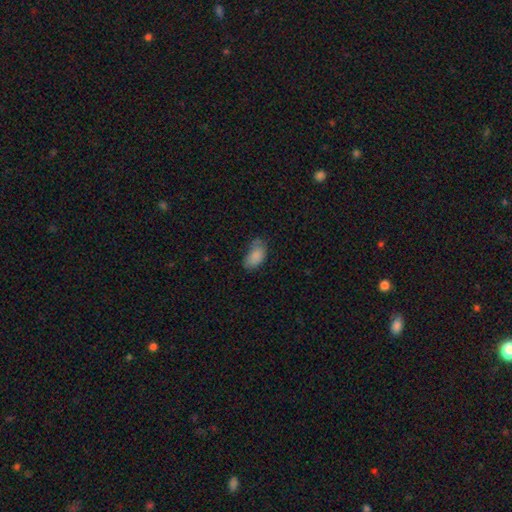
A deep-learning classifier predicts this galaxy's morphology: A smooth galaxy with no disk features (83%) that is in between round and cigar-shaped (93%).

Vote fractions:
- Smooth or featured? smooth: 83% / featured or disk: 9% / star or artifact: 8%
- How rounded? in between: 93% / round: 5% / cigar-shaped: 2%
- Merging? none: 49% / minor disturbance: 35% / major disturbance: 11% / merger: 4%